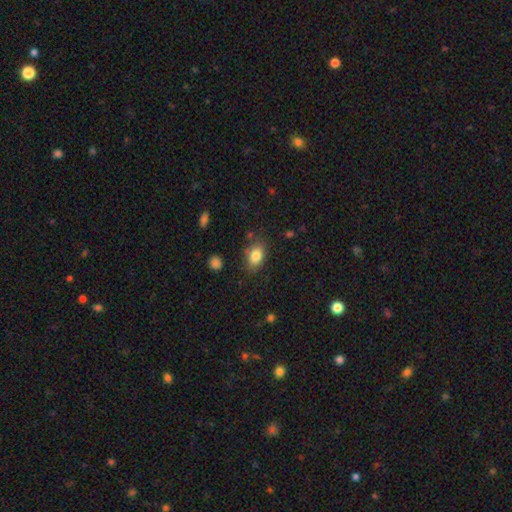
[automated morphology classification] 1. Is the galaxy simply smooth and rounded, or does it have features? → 83% smooth, 9% featured or disk, 8% star or artifact.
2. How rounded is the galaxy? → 83% in between, 15% round, 2% cigar-shaped.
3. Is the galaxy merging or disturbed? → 77% none, 16% minor disturbance, 4% major disturbance, 3% merger.